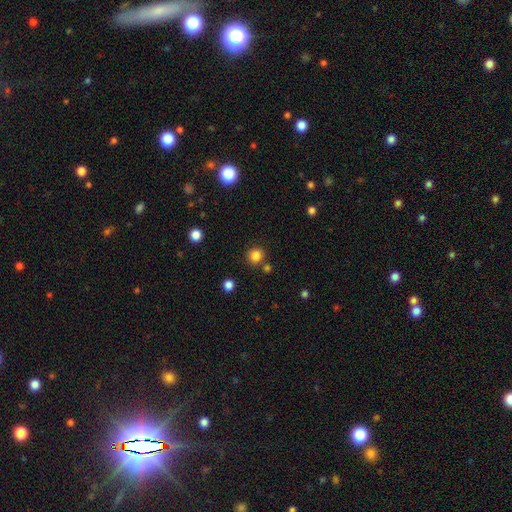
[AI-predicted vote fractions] Smooth or featured?
  - smooth: 84% *
  - star or artifact: 12%
  - featured or disk: 4%
How rounded?
  - round: 91% *
  - in between: 8%
  - cigar-shaped: 1%
Merging?
  - none: 82% *
  - merger: 8%
  - minor disturbance: 7%
  - major disturbance: 3%